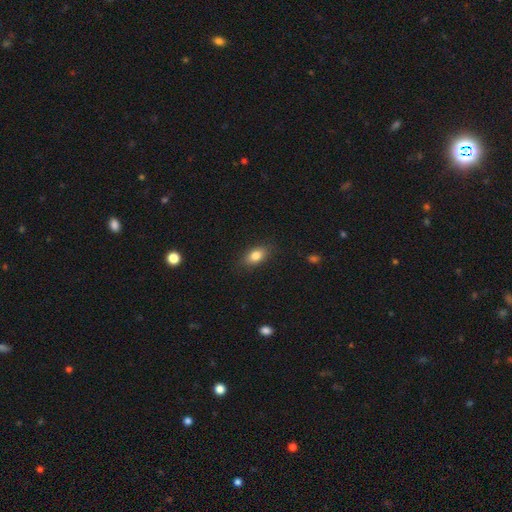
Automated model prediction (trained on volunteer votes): Smooth or featured?
  - smooth: 82% *
  - featured or disk: 9%
  - star or artifact: 9%
How rounded?
  - in between: 85% *
  - round: 11%
  - cigar-shaped: 4%
Merging?
  - none: 85% *
  - minor disturbance: 11%
  - major disturbance: 3%
  - merger: 1%